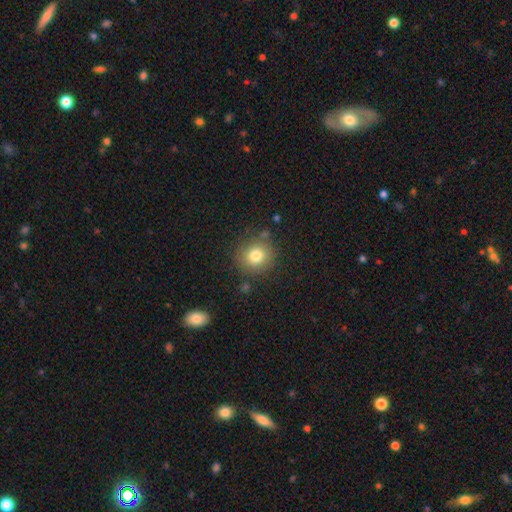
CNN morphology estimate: Q: Smooth or featured?
A: smooth (79%); runner-up: star or artifact (11%)
Q: How rounded?
A: round (87%); runner-up: in between (12%)
Q: Merging?
A: none (82%); runner-up: minor disturbance (10%)